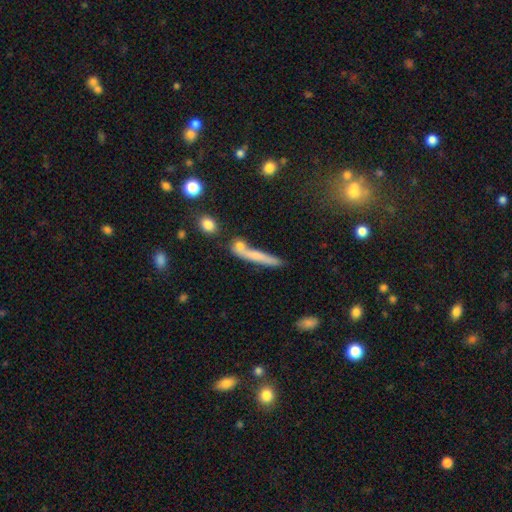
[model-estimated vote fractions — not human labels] Smooth or featured?
  - smooth: 59% *
  - featured or disk: 31%
  - star or artifact: 10%
How rounded?
  - cigar-shaped: 90% *
  - in between: 7%
  - round: 3%
Merging?
  - none: 56% *
  - merger: 22%
  - minor disturbance: 16%
  - major disturbance: 7%